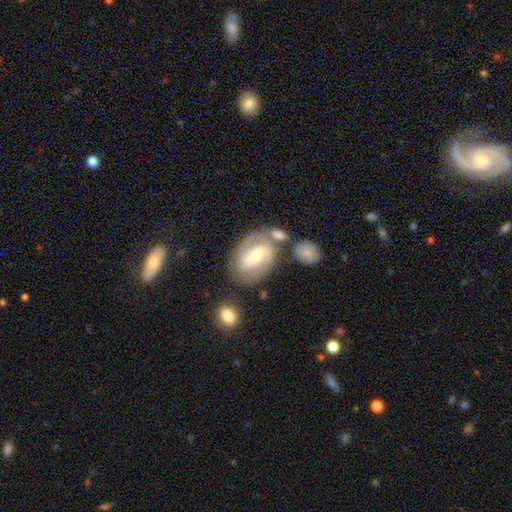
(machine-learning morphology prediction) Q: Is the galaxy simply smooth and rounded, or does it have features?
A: featured or disk — 80%.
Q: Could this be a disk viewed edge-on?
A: no — 96%.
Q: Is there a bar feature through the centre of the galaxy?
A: weak — 46%.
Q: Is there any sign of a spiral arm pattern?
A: yes — 94%.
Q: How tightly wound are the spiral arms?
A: medium — 46%.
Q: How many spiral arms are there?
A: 2 — 79%.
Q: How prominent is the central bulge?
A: moderate — 55%.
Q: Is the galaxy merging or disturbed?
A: none — 64%.